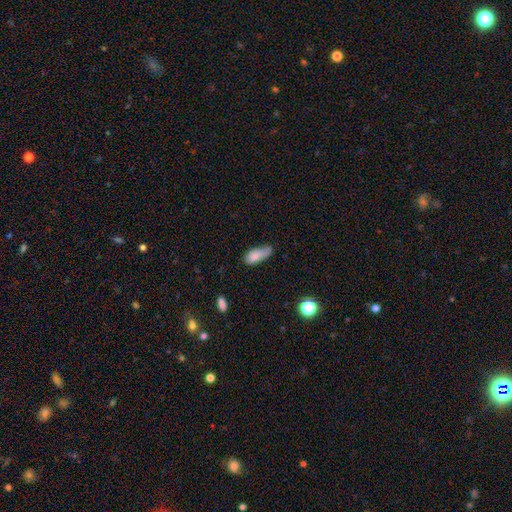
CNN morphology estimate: A smooth galaxy with no disk features (80%) that is in between round and cigar-shaped (80%). Merging: minor disturbance (42%).